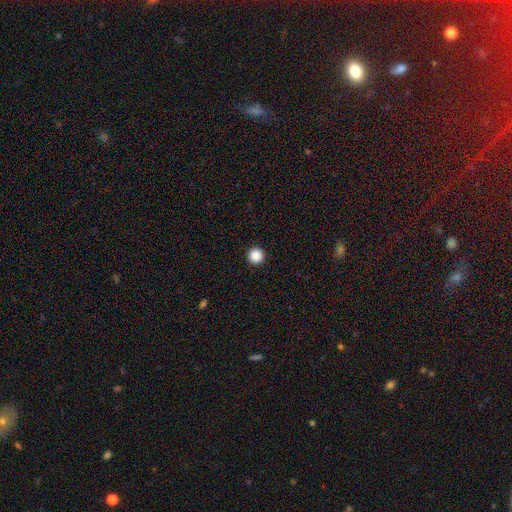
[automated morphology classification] Smooth or featured? smooth (88%)
How rounded? round (97%)
Merging? none (94%)